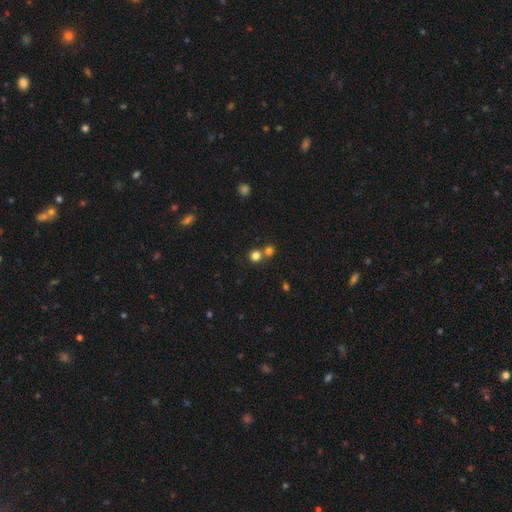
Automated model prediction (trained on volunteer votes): smooth_or_featured: smooth (p=0.78) [alt: star or artifact p=0.15]
how_rounded: round (p=0.89) [alt: in between p=0.10]
merging: none (p=0.59) [alt: merger p=0.33]